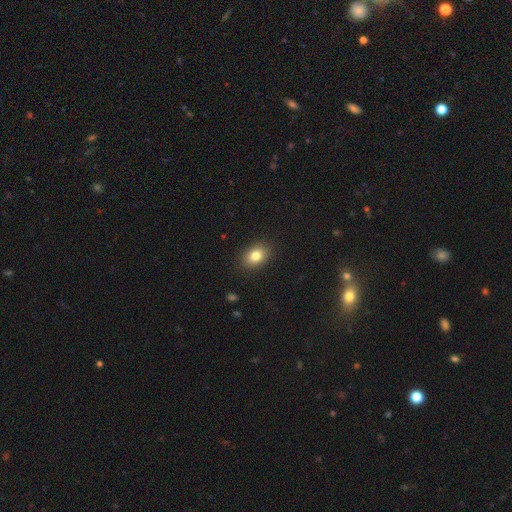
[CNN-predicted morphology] type=smooth (82%); roundness=in between (73%); merging=none (89%).